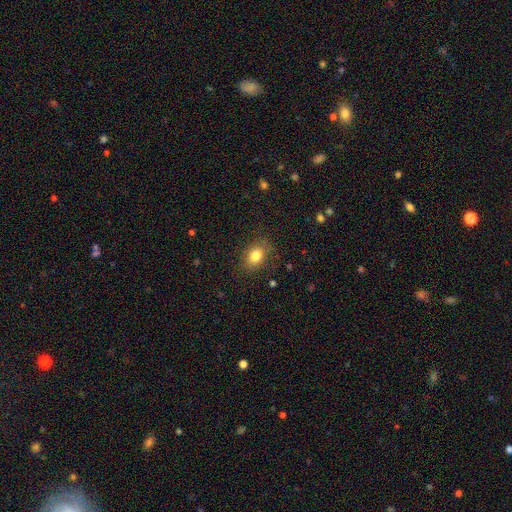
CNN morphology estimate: A smooth galaxy with no disk features (82%) that is in between round and cigar-shaped (69%). Merging: none (82%).